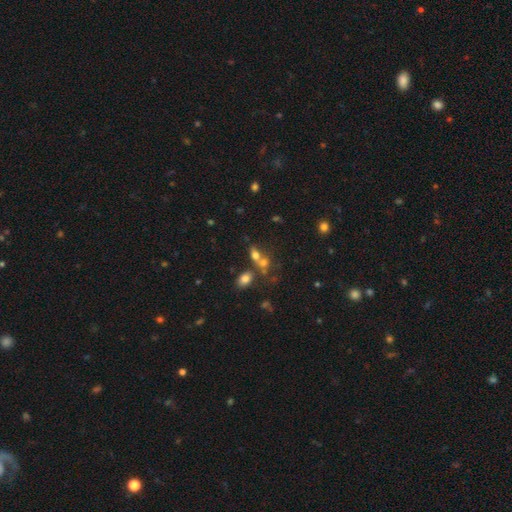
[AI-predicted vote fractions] Q: Smooth or featured?
A: smooth (65%); runner-up: featured or disk (18%)
Q: How rounded?
A: in between (66%); runner-up: round (28%)
Q: Merging?
A: merger (47%); runner-up: none (37%)